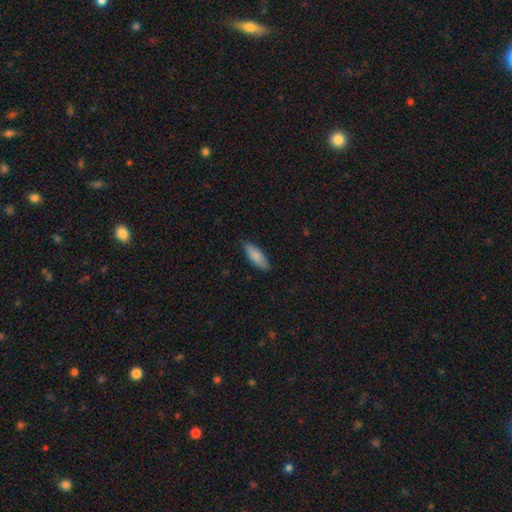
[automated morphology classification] Smooth or featured? Predicted: smooth (p=0.85). How rounded? Predicted: in between (p=0.69). Merging? Predicted: none (p=0.85).